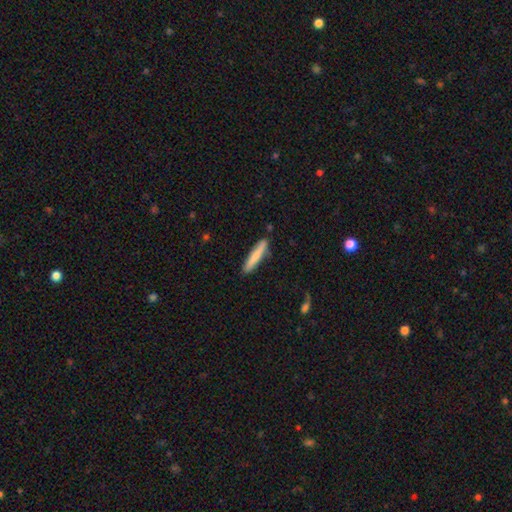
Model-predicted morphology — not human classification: Smooth or featured? Predicted: smooth (p=0.76). How rounded? Predicted: cigar-shaped (p=0.92). Merging? Predicted: none (p=0.86).